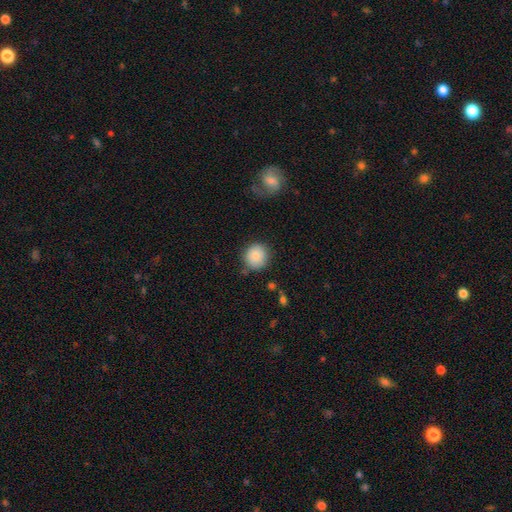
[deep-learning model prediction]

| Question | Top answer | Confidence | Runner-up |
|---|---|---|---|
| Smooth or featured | smooth | 85% | star or artifact (9%) |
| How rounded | round | 89% | in between (10%) |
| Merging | none | 81% | minor disturbance (12%) |